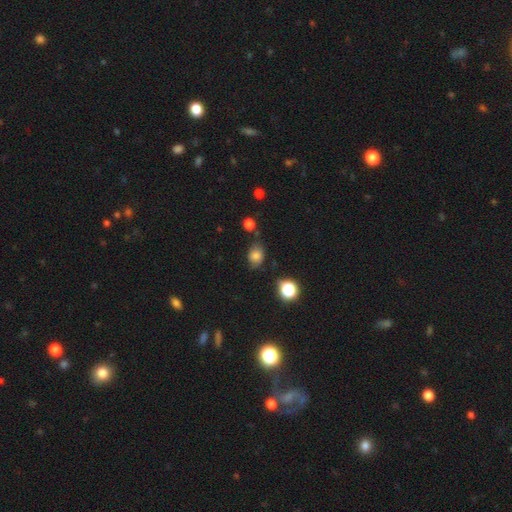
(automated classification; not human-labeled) This is likely a smooth galaxy (77%). How rounded: likely in between (63%). Merging: likely none (64%).